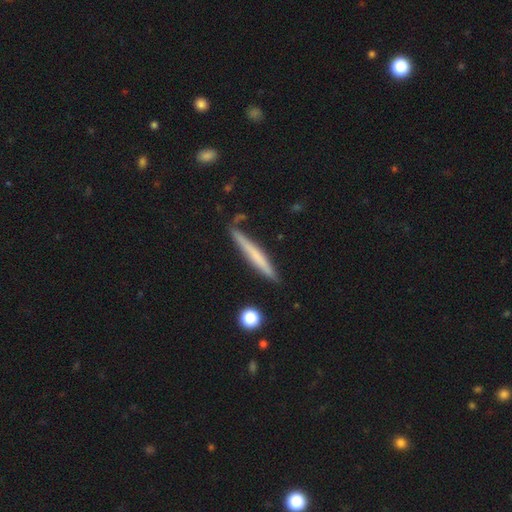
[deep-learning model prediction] Morphology: type=smooth (53%); roundness=cigar-shaped (96%); merging=none (80%).